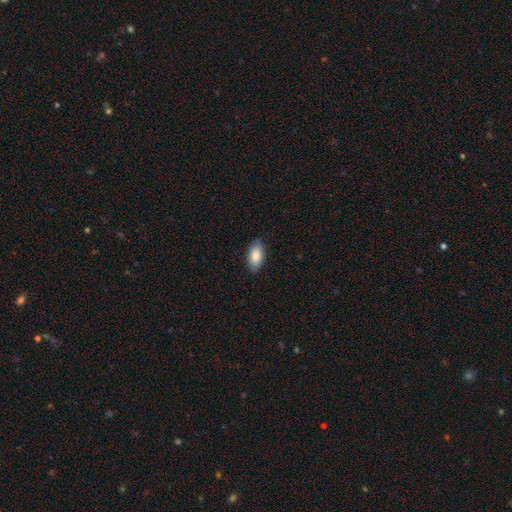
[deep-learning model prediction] This appears to be a smooth galaxy with no disk features (86%) that is in between round and cigar-shaped (92%). Merging: none (87%).